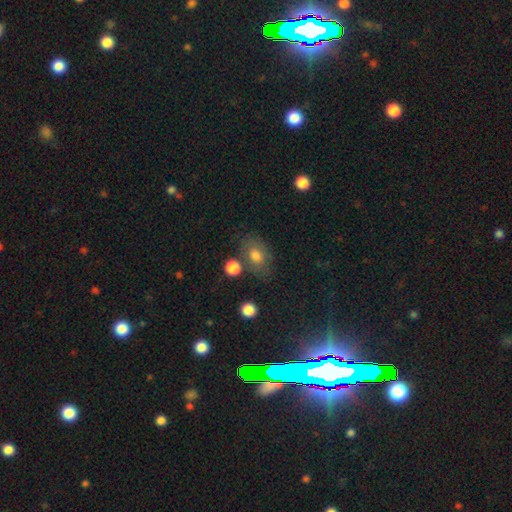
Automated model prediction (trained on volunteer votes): Smooth or featured?
  - smooth: 72% *
  - featured or disk: 16%
  - star or artifact: 12%
How rounded?
  - in between: 75% *
  - round: 24%
  - cigar-shaped: 2%
Merging?
  - none: 63% *
  - minor disturbance: 19%
  - merger: 10%
  - major disturbance: 7%